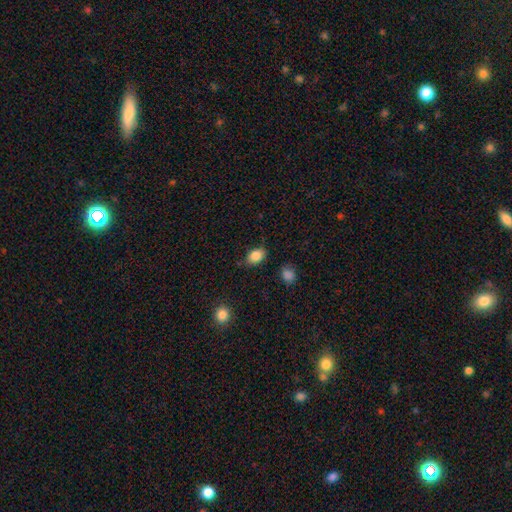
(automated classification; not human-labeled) Q: Smooth or featured?
A: smooth (86%); runner-up: star or artifact (9%)
Q: How rounded?
A: in between (78%); runner-up: round (20%)
Q: Merging?
A: none (79%); runner-up: minor disturbance (16%)